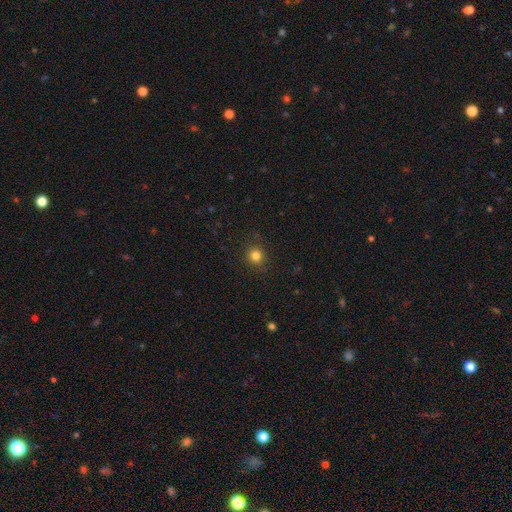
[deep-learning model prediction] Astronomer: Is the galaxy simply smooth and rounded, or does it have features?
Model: smooth — 82%.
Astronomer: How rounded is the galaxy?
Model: round — 90%.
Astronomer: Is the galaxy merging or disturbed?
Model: none — 89%.